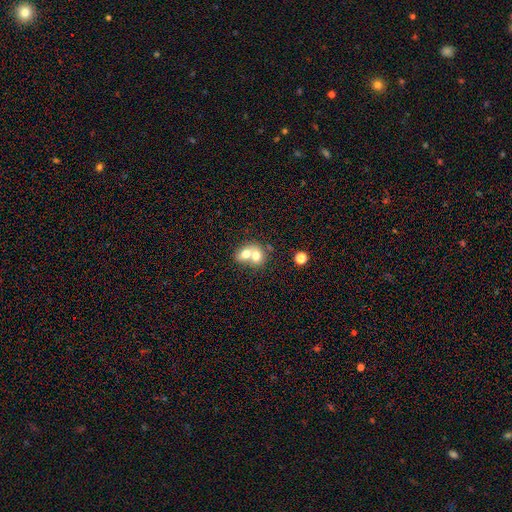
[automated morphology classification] smooth-or-featured: smooth: 68% | featured or disk: 23% | star or artifact: 9%
  how-rounded: round: 54% | in between: 45% | cigar-shaped: 1%
  merging: merger: 74% | none: 19% | minor disturbance: 5% | major disturbance: 3%